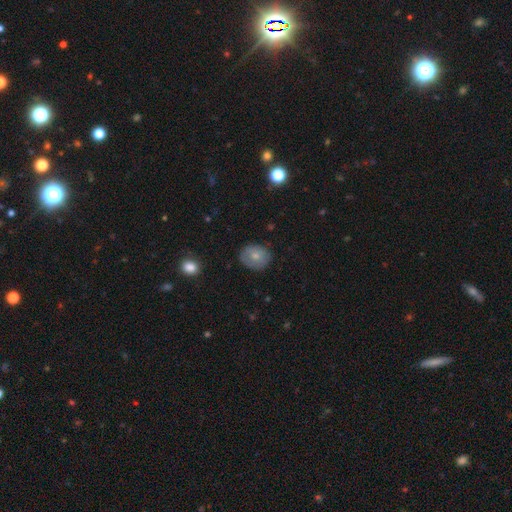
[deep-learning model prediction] A smooth galaxy with no disk features (73%) that is round (57%). Merging: none (80%).